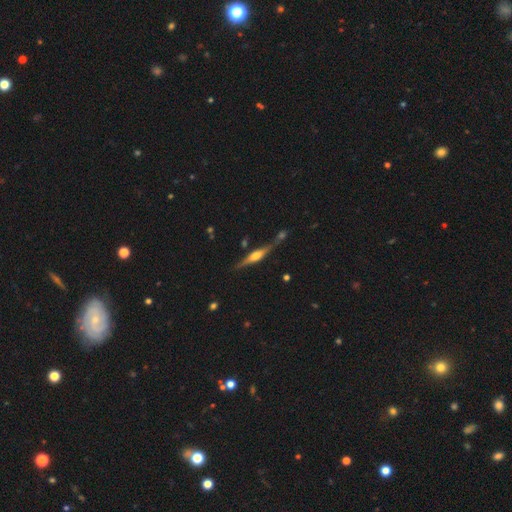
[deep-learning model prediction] A featured or disk galaxy (72%) viewed edge-on (96%) with a rounded central bulge (82%).

Vote fractions:
- Smooth or featured? featured or disk: 72% / smooth: 21% / star or artifact: 7%
- Edge-on disk? yes: 96% / no: 4%
- Edge-on bulge? rounded: 82% / boxy: 14% / none: 5%
- Merging? none: 68% / minor disturbance: 14% / merger: 13% / major disturbance: 5%